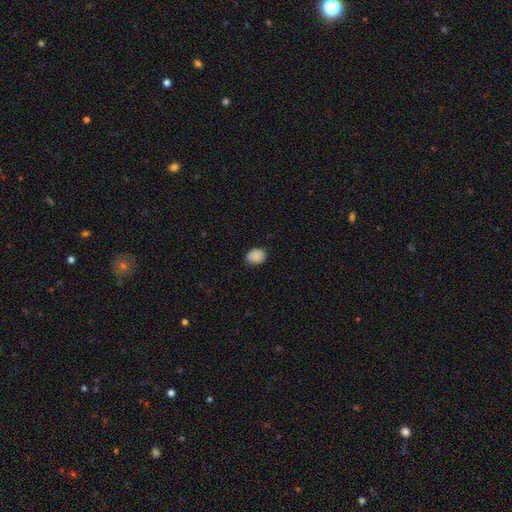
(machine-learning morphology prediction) Smooth or featured? Predicted: smooth (p=0.86). How rounded? Predicted: in between (p=0.63). Merging? Predicted: none (p=0.76).